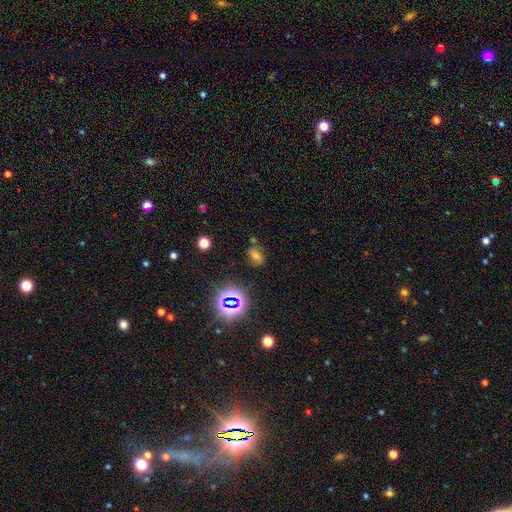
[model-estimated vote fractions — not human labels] Q: Smooth or featured?
A: smooth (52%); runner-up: star or artifact (34%)
Q: How rounded?
A: in between (74%); runner-up: round (23%)
Q: Merging?
A: none (69%); runner-up: minor disturbance (17%)